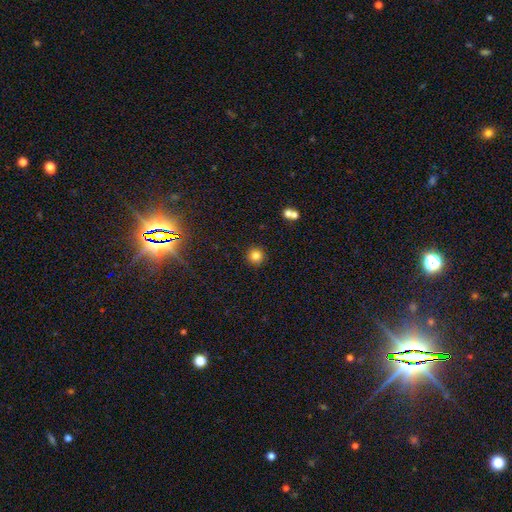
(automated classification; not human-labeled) Smooth or featured? smooth (82%)
How rounded? round (94%)
Merging? none (90%)